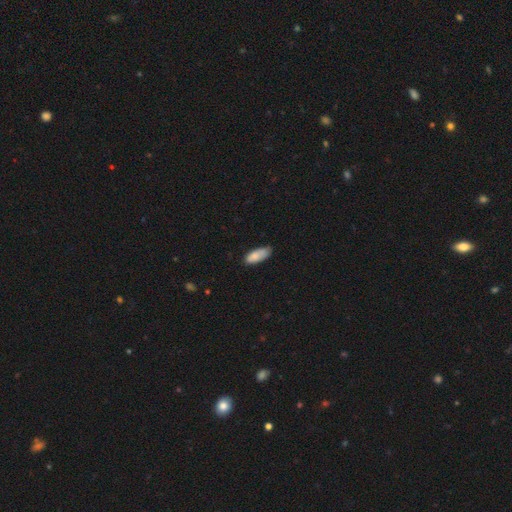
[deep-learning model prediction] This is clearly a smooth galaxy (82%). How rounded: clearly in between (81%). Merging: likely none (61%).